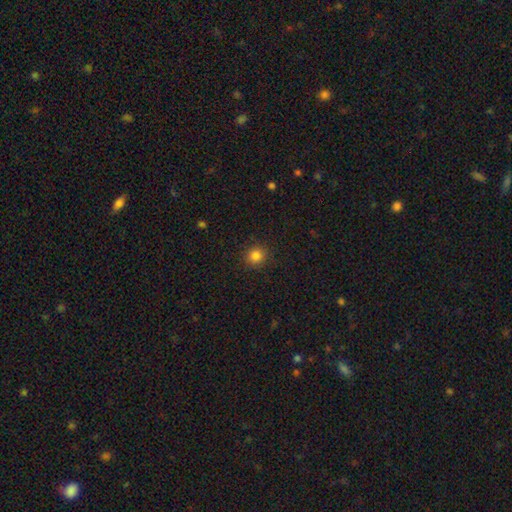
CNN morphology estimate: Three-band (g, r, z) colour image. It shows a smooth galaxy with no disk features (84%) that is round (90%). Merging: none (90%).